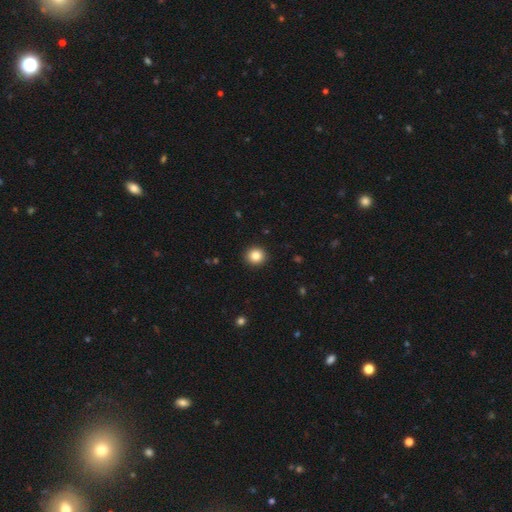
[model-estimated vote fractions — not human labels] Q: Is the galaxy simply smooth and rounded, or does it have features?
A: smooth — 84%.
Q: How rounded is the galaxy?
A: round — 89%.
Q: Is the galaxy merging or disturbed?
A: none — 92%.